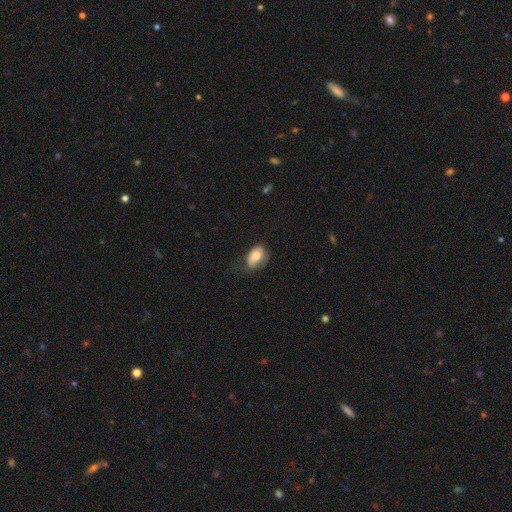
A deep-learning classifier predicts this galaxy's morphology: smooth-or-featured: smooth: 73% | featured or disk: 19% | star or artifact: 8%
  how-rounded: in between: 81% | round: 17% | cigar-shaped: 1%
  merging: none: 43% | minor disturbance: 35% | major disturbance: 20% | merger: 2%